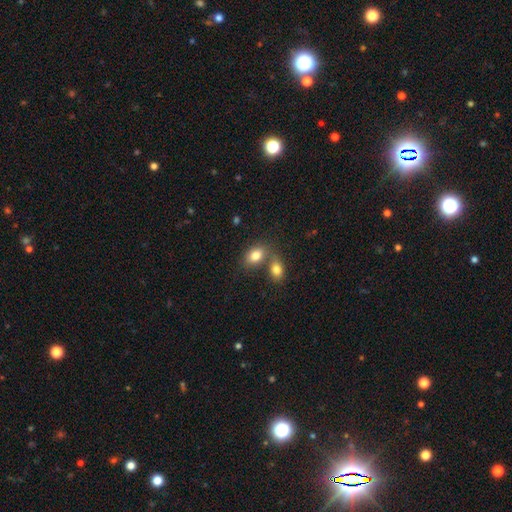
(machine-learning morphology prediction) A smooth galaxy with no disk features (81%) that is in between round and cigar-shaped (77%). Merging: merger (48%).